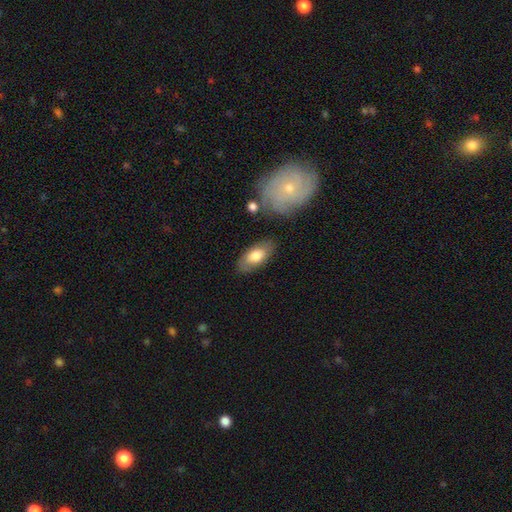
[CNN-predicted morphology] Smooth or featured? smooth (74%)
How rounded? in between (90%)
Merging? none (80%)